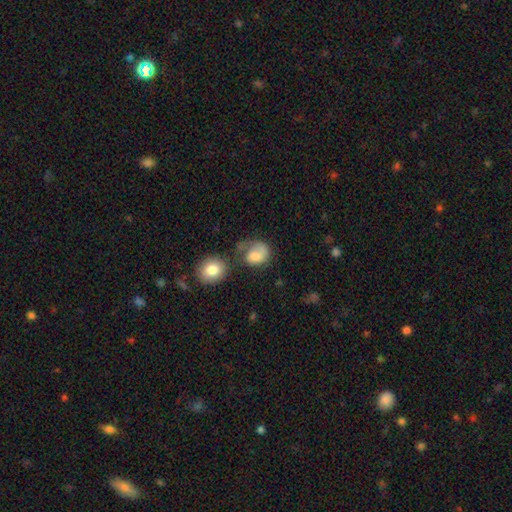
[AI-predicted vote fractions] This appears to be a smooth galaxy with no disk features (68%) that is round (56%). Merging: none (31%).